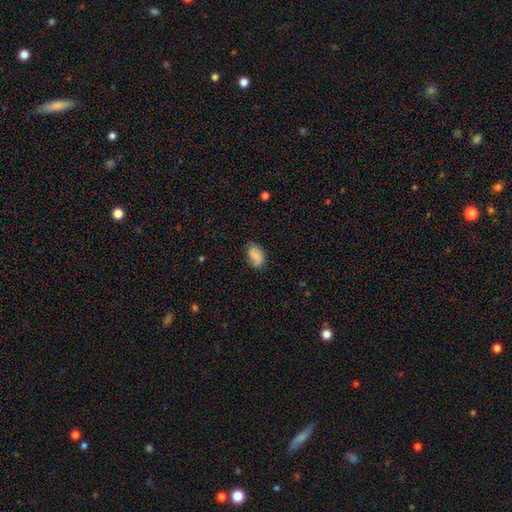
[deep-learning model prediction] smooth_or_featured: smooth (p=0.82) [alt: featured or disk p=0.10]
how_rounded: in between (p=0.90) [alt: round p=0.09]
merging: none (p=0.69) [alt: minor disturbance p=0.25]